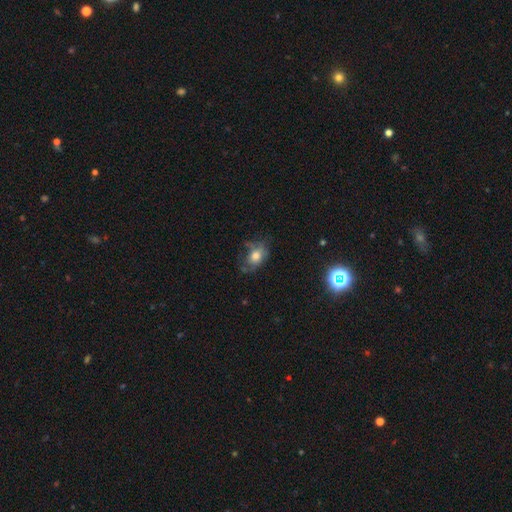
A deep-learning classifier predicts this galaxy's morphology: smooth_or_featured: smooth (p=0.58) [alt: featured or disk p=0.30]
how_rounded: in between (p=0.75) [alt: round p=0.23]
merging: none (p=0.46) [alt: minor disturbance p=0.29]